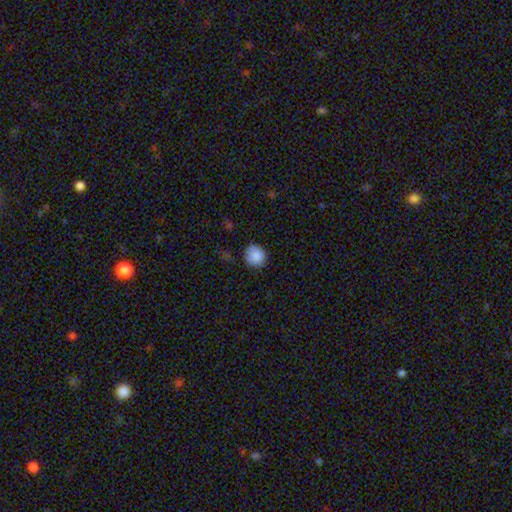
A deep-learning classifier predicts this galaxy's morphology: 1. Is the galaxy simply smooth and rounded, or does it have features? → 87% smooth, 9% star or artifact, 4% featured or disk.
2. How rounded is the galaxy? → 89% round, 10% in between, 1% cigar-shaped.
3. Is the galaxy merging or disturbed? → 84% none, 12% minor disturbance, 2% major disturbance, 1% merger.